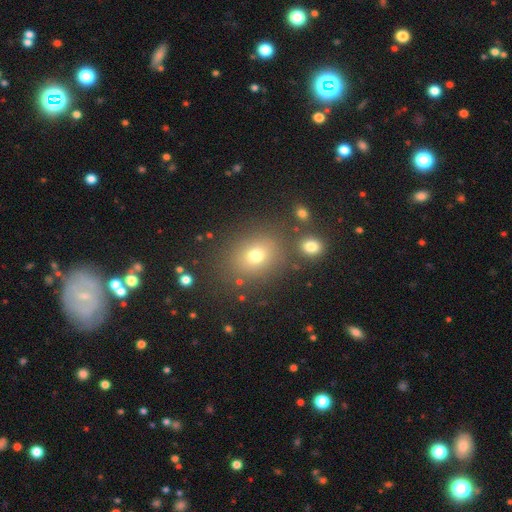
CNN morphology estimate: smooth_or_featured: smooth (p=0.71) [alt: star or artifact p=0.17]
how_rounded: round (p=0.58) [alt: in between p=0.41]
merging: none (p=0.77) [alt: minor disturbance p=0.10]